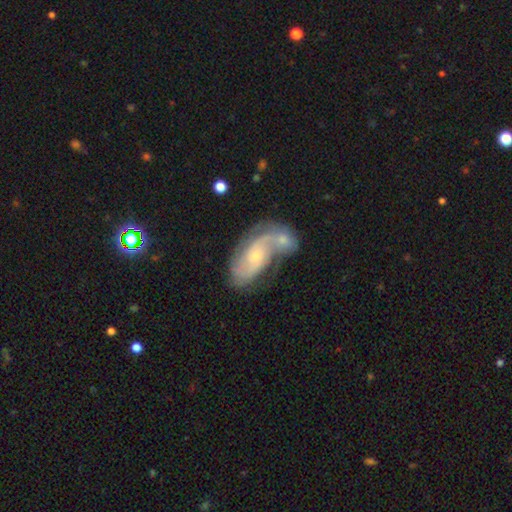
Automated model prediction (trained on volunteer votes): Morphology: type=featured or disk (75%); edge-on=no (95%); bar=no (62%); spiral arms=yes (90%); winding=medium (46%); arm count=2 (65%); bulge=small (64%); merging=merger (49%).